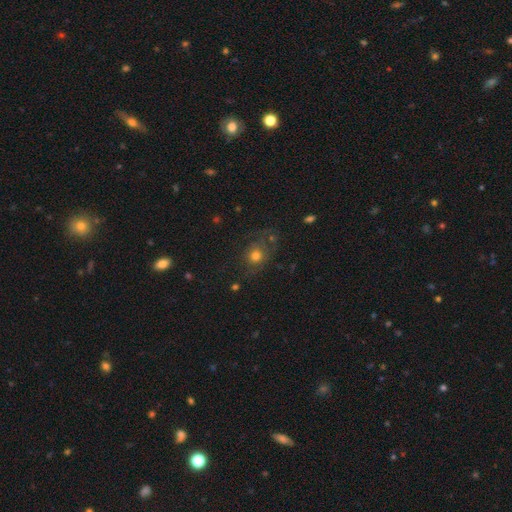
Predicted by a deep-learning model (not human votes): The model was most divided on "how rounded": round: 67%, in between: 32%, cigar-shaped: 2%. More confident: smooth or featured — smooth (62%); merging — none (60%).